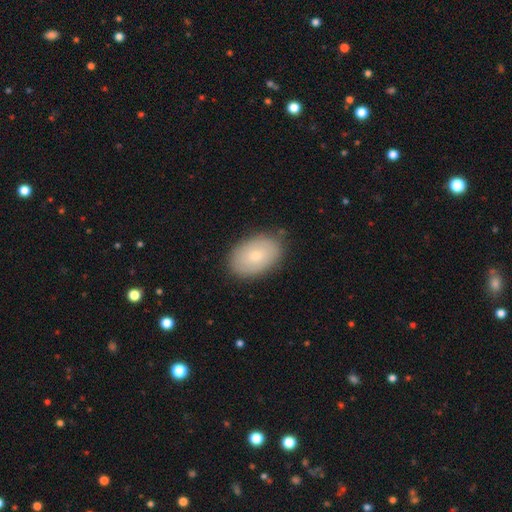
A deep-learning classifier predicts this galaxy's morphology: Smooth or featured: smooth — 71% (featured or disk — 22%)
How rounded: in between — 89% (round — 10%)
Merging: none — 84% (minor disturbance — 12%)